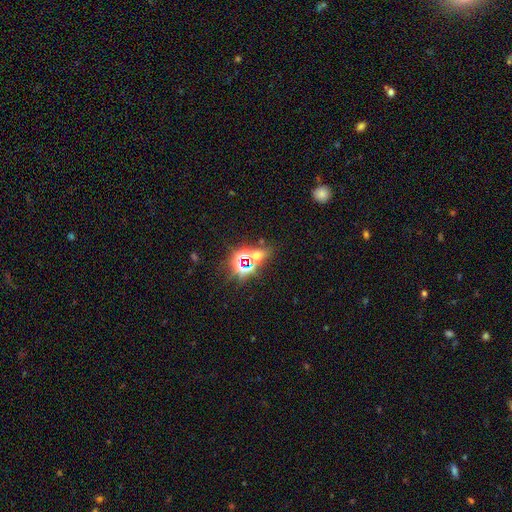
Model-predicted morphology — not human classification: smooth-or-featured: star or artifact: 66% | smooth: 24% | featured or disk: 10%